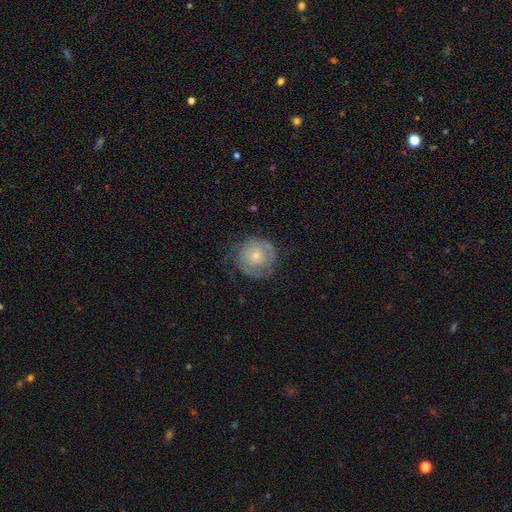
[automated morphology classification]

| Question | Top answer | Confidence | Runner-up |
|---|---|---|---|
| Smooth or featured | featured or disk | 66% | smooth (28%) |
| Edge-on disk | no | 98% | yes (2%) |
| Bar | no | 81% | weak (16%) |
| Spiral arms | yes | 82% | no (18%) |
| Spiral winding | tight | 67% | medium (23%) |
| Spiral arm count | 2 | 38% | can't tell (37%) |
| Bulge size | small | 60% | moderate (32%) |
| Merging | none | 64% | minor disturbance (22%) |